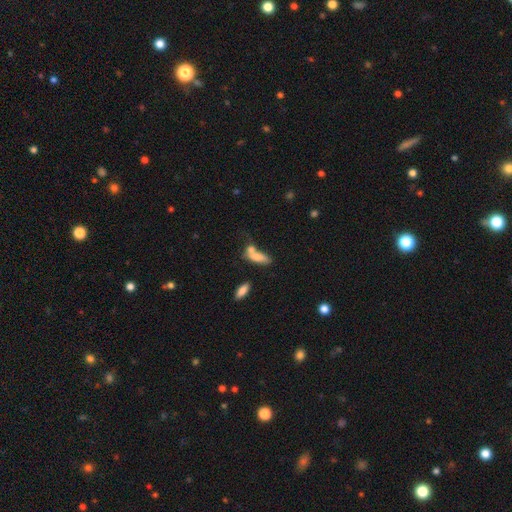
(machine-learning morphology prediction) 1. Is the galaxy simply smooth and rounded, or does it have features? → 75% smooth, 16% featured or disk, 9% star or artifact.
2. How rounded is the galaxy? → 66% in between, 31% cigar-shaped, 4% round.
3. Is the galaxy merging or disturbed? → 45% merger, 31% none, 14% minor disturbance, 9% major disturbance.